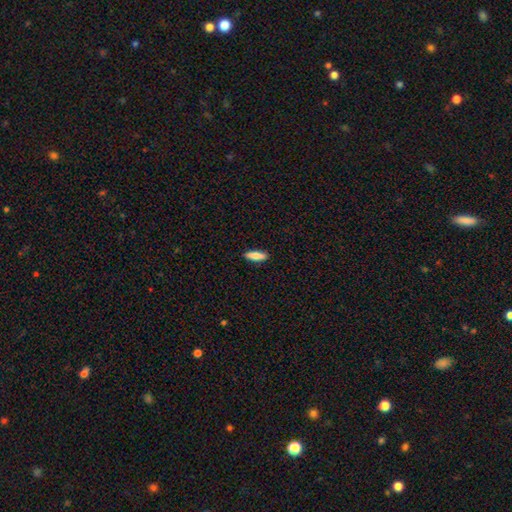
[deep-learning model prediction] smooth-or-featured: smooth: 79% | featured or disk: 15% | star or artifact: 6%
  how-rounded: cigar-shaped: 51% | in between: 47% | round: 2%
  merging: none: 89% | minor disturbance: 8% | major disturbance: 2% | merger: 1%